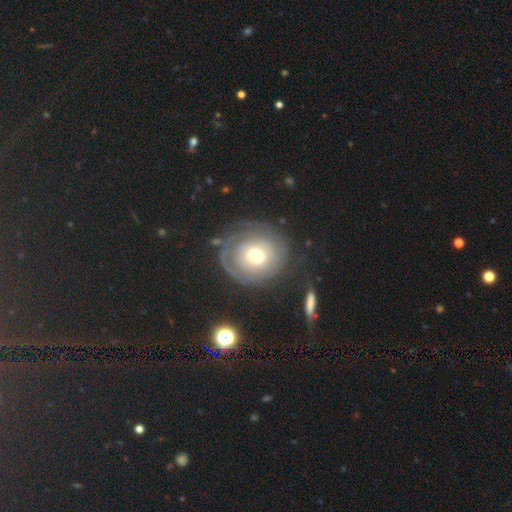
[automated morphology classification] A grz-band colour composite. It shows a featured or disk galaxy (62%) with no bar (73%), spiral arms (73%) and a moderate central bulge (59%). Merging: none (65%).